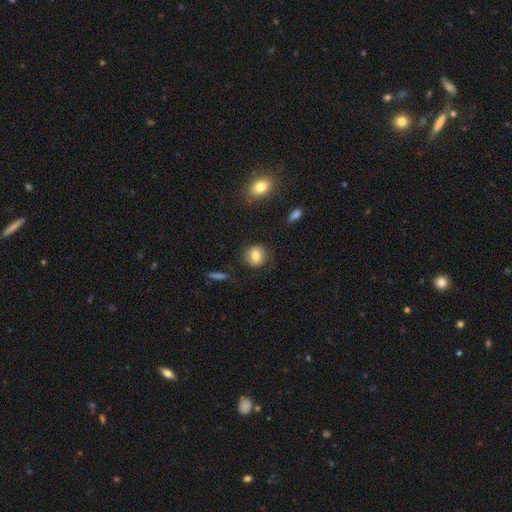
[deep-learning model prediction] This is likely a smooth galaxy (78%). How rounded: clearly round (87%). Merging: clearly none (86%).